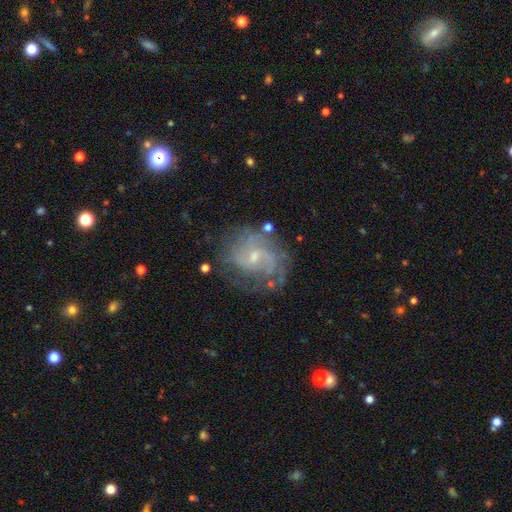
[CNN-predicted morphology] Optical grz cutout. It shows a featured or disk galaxy (76%) with no bar (51%), tight (51%) spiral arms (92%) and a small central bulge (69%). Merging: none (71%).